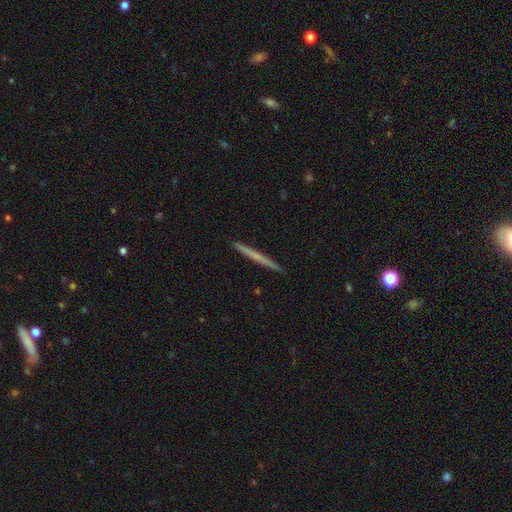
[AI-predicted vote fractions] Smooth or featured?
  - smooth: 49% *
  - featured or disk: 45%
  - star or artifact: 5%
Merging?
  - none: 93% *
  - minor disturbance: 5%
  - major disturbance: 1%
  - merger: 1%